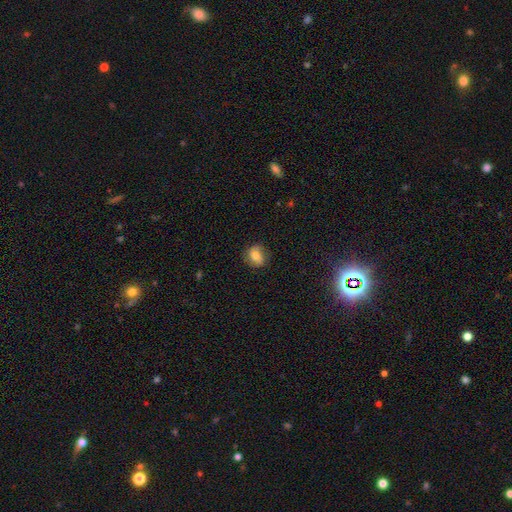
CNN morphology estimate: Smooth or featured? smooth (57%)
How rounded? round (58%)
Merging? none (77%)